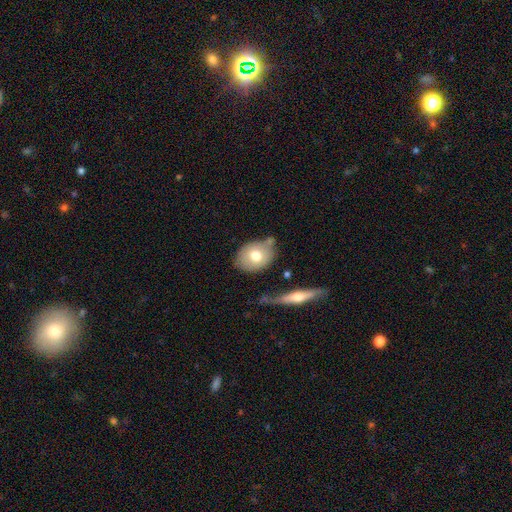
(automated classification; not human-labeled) Q: Smooth or featured?
A: smooth (71%); runner-up: featured or disk (22%)
Q: How rounded?
A: in between (64%); runner-up: round (34%)
Q: Merging?
A: none (61%); runner-up: minor disturbance (22%)